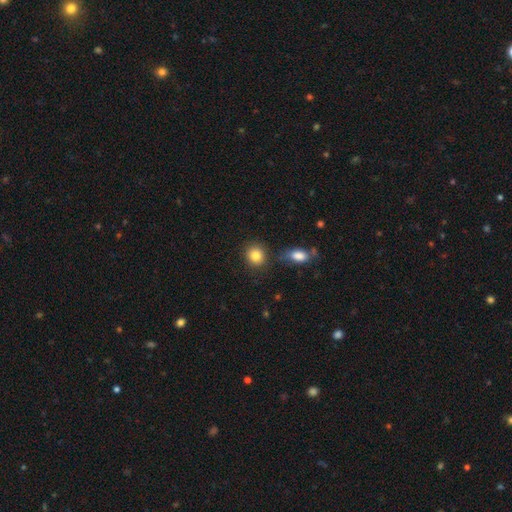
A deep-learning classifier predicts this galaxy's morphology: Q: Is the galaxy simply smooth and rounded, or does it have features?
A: smooth — 84%.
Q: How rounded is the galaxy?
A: round — 80%.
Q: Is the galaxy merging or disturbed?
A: none — 79%.